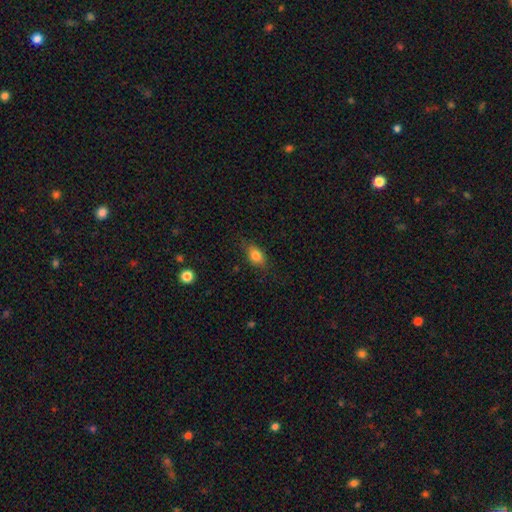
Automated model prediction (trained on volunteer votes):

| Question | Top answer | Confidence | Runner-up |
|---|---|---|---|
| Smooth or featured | smooth | 80% | featured or disk (11%) |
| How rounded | in between | 80% | round (15%) |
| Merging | none | 76% | minor disturbance (19%) |